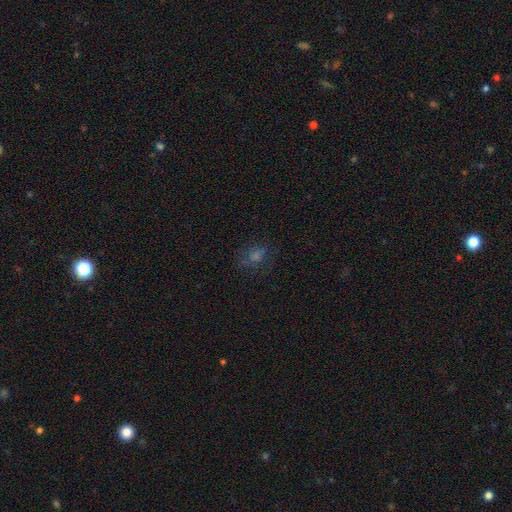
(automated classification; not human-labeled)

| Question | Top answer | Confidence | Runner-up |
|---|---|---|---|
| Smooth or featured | smooth | 50% | star or artifact (31%) |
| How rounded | in between | 55% | round (43%) |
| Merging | none | 71% | minor disturbance (17%) |